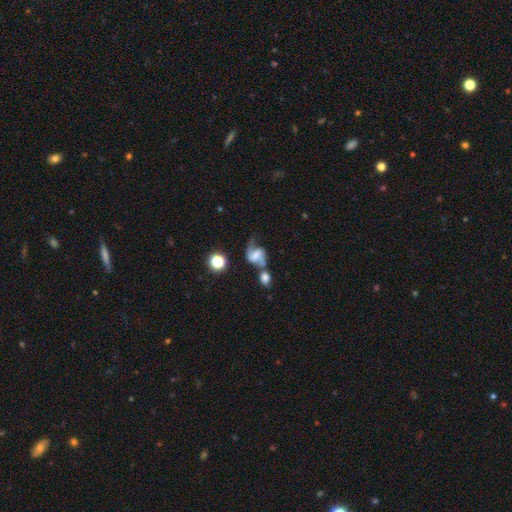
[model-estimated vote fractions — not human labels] This is likely a featured or disk galaxy (67%). It is clearly not viewed edge-on (97%). Bar: marginally weak (43%). Spiral arm pattern: clearly yes (89%). Spiral arm count: likely 2 (77%). Spiral winding: likely loose (61%). Central bulge: marginally none (32%). Merging: marginally merger (37%).